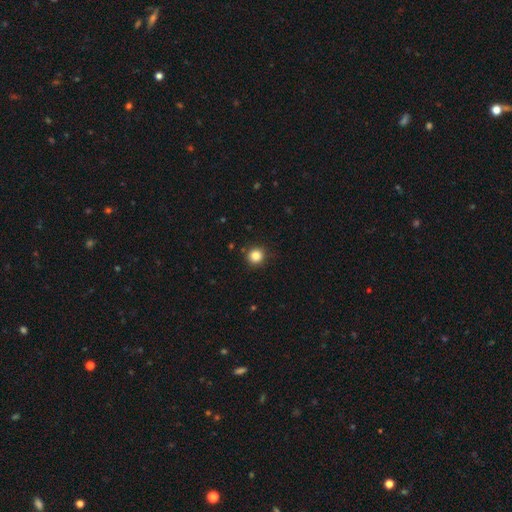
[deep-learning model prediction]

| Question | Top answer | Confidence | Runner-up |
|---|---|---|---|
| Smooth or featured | smooth | 84% | star or artifact (11%) |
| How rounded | round | 94% | in between (5%) |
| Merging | none | 90% | minor disturbance (7%) |